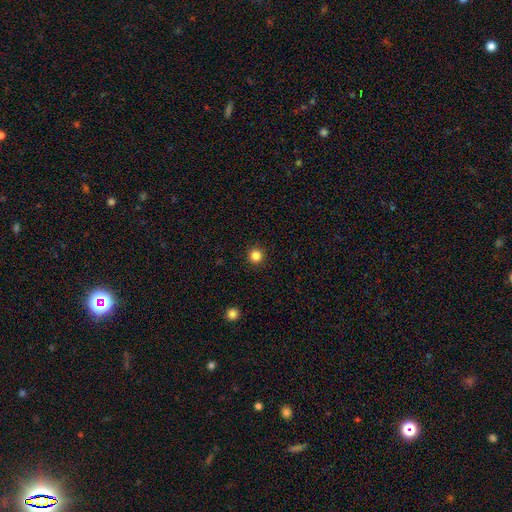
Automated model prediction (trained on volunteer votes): smooth-or-featured: smooth: 83% | star or artifact: 13% | featured or disk: 4%
  how-rounded: round: 95% | in between: 4% | cigar-shaped: 1%
  merging: none: 93% | minor disturbance: 4% | major disturbance: 2% | merger: 1%